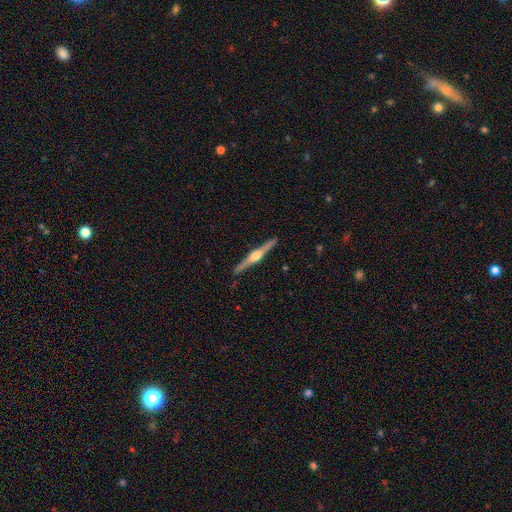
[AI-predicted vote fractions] Smooth or featured: featured or disk — 81% (smooth — 15%)
Edge-on disk: yes — 98% (no — 2%)
Edge-on bulge: rounded — 94% (boxy — 3%)
Merging: none — 92% (minor disturbance — 6%)